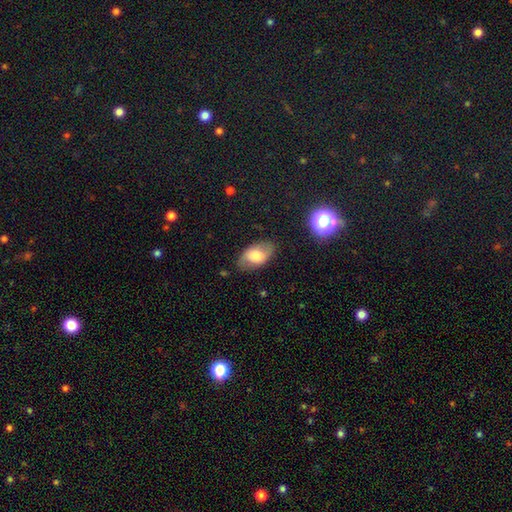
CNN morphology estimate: This appears to be a smooth galaxy with no disk features (66%) that is in between round and cigar-shaped (92%). Merging: none (75%).